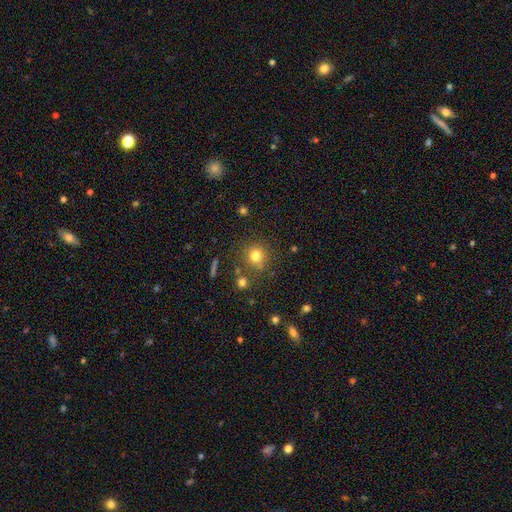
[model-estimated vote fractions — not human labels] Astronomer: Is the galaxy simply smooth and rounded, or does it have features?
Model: smooth — 77%.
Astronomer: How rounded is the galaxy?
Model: round — 91%.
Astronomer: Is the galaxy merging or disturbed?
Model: none — 79%.